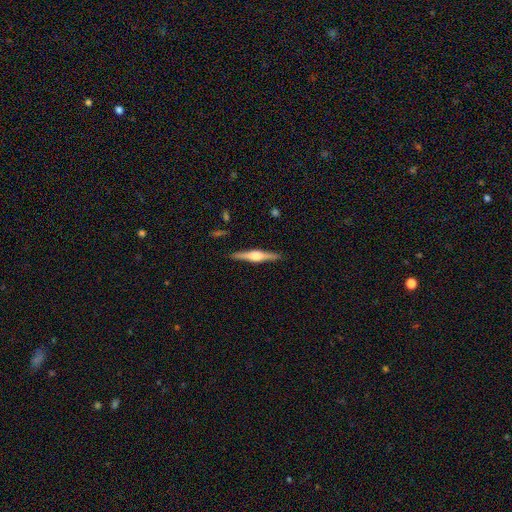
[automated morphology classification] type=featured or disk (75%); edge-on=yes (98%); edge-on bulge=rounded (85%); merging=none (91%).